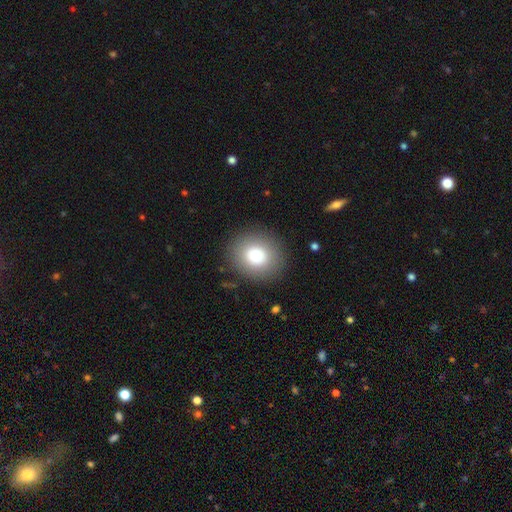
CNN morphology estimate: A smooth galaxy with no disk features (79%) that is round (78%).

Vote fractions:
- Smooth or featured? smooth: 79% / featured or disk: 11% / star or artifact: 10%
- How rounded? round: 78% / in between: 22% / cigar-shaped: 1%
- Merging? none: 88% / minor disturbance: 7% / major disturbance: 3% / merger: 1%